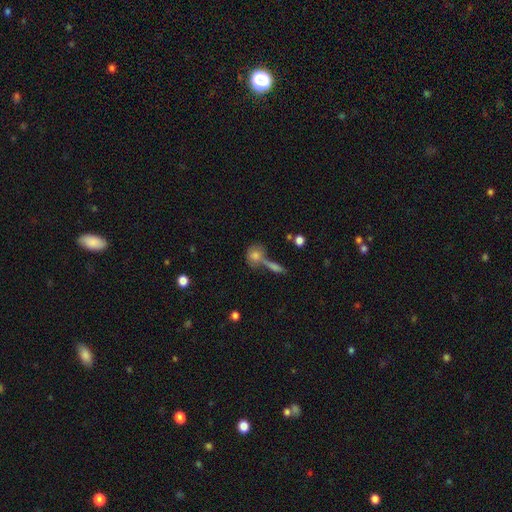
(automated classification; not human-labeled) smooth-or-featured: smooth: 70% | featured or disk: 18% | star or artifact: 12%
  how-rounded: round: 62% | in between: 31% | cigar-shaped: 7%
  merging: none: 46% | merger: 36% | minor disturbance: 11% | major disturbance: 6%